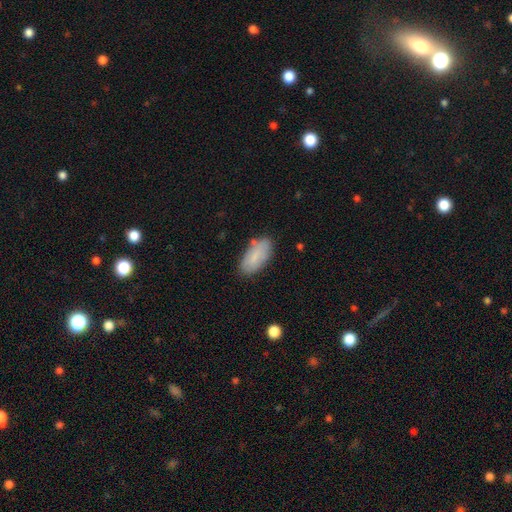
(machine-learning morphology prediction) This is clearly a smooth galaxy (81%). How rounded: clearly in between (92%). Merging: likely none (77%).